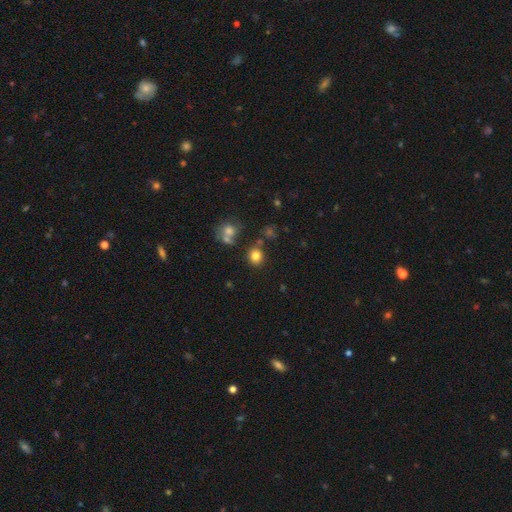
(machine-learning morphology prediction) Smooth or featured?
  - smooth: 80% *
  - star or artifact: 13%
  - featured or disk: 6%
How rounded?
  - round: 84% *
  - in between: 15%
  - cigar-shaped: 1%
Merging?
  - none: 78% *
  - minor disturbance: 9%
  - merger: 9%
  - major disturbance: 3%